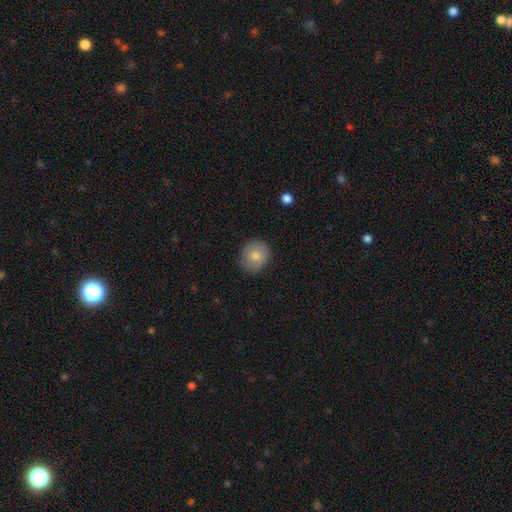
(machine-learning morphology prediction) Smooth or featured?
  - smooth: 81% *
  - featured or disk: 11%
  - star or artifact: 8%
How rounded?
  - round: 79% *
  - in between: 20%
  - cigar-shaped: 1%
Merging?
  - none: 85% *
  - minor disturbance: 12%
  - major disturbance: 2%
  - merger: 1%